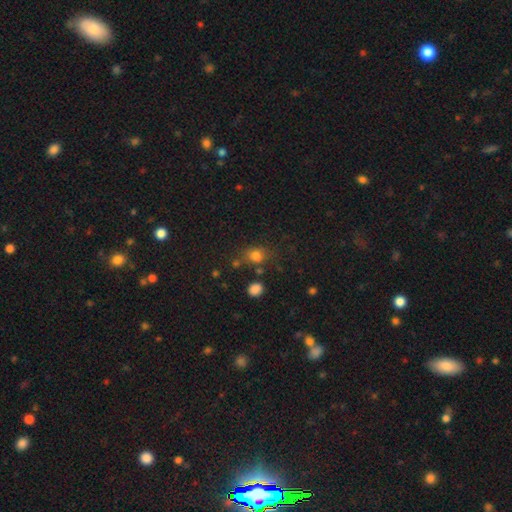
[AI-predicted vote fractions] Morphology: type=smooth (77%); roundness=round (58%); merging=none (66%).